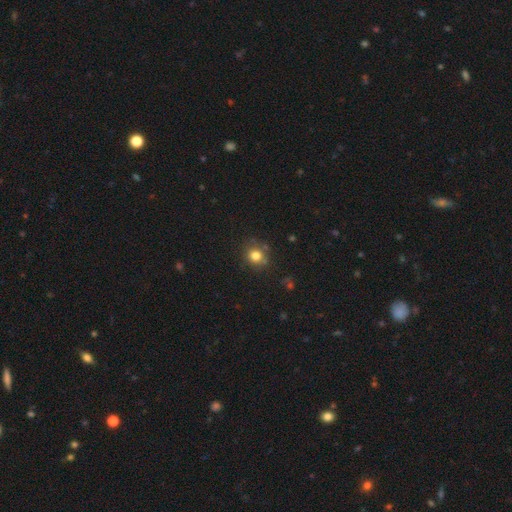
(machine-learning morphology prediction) Smooth or featured?
  - smooth: 79% *
  - star or artifact: 13%
  - featured or disk: 7%
How rounded?
  - round: 83% *
  - in between: 16%
  - cigar-shaped: 1%
Merging?
  - none: 76% *
  - minor disturbance: 15%
  - merger: 5%
  - major disturbance: 4%